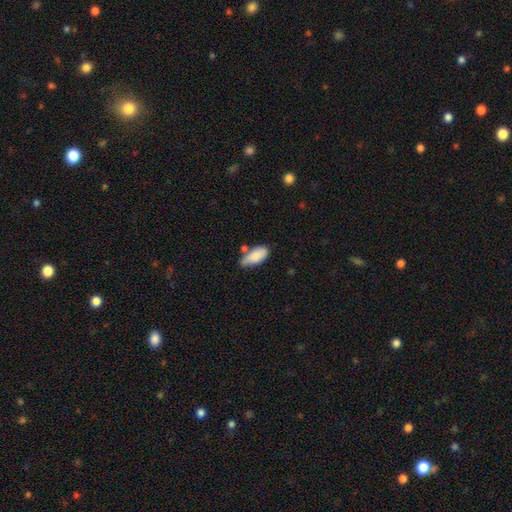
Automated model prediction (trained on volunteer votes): Overall: smooth (84%). How rounded: in between (88%). Merging: none (49%; minor disturbance 33%).